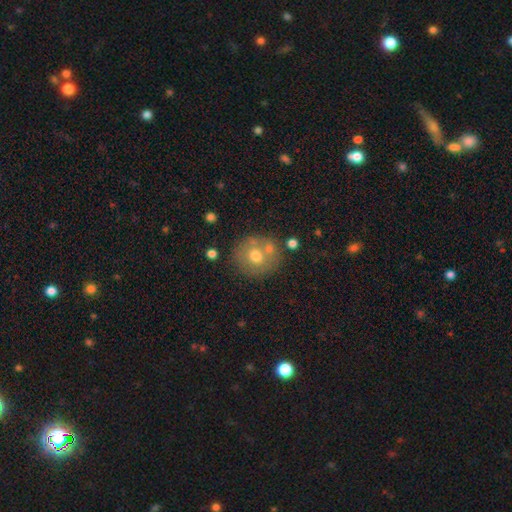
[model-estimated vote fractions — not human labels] A smooth galaxy with no disk features (59%) that is round (89%). Merging: none (71%).